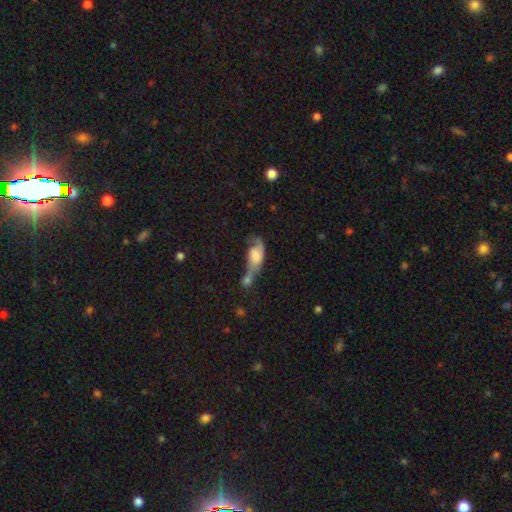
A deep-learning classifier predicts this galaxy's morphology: Q: Smooth or featured?
A: smooth (49%); runner-up: featured or disk (42%)
Q: Merging?
A: merger (46%); runner-up: major disturbance (23%)